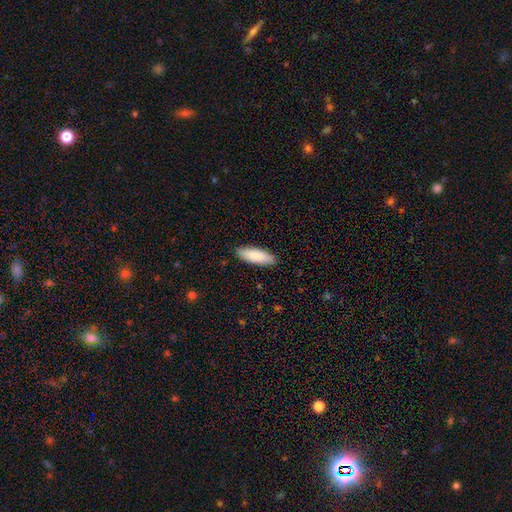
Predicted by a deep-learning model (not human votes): Overall: smooth (87%). How rounded: in between (62%; cigar-shaped 36%). Merging: none (89%).